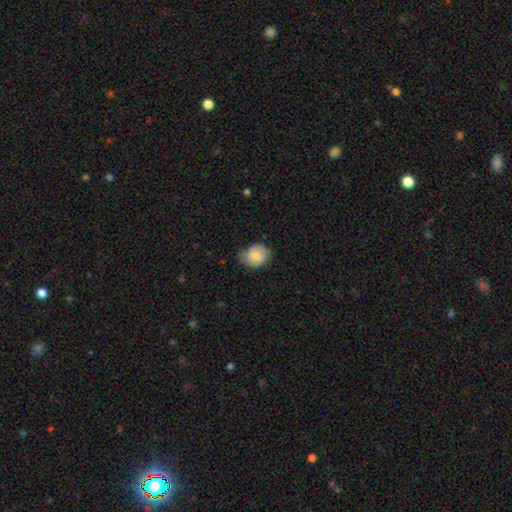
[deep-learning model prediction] A smooth galaxy with no disk features (81%) that is in between round and cigar-shaped (52%).

Vote fractions:
- Smooth or featured? smooth: 81% / featured or disk: 12% / star or artifact: 7%
- How rounded? in between: 52% / round: 47% / cigar-shaped: 1%
- Merging? none: 56% / minor disturbance: 36% / major disturbance: 7% / merger: 2%